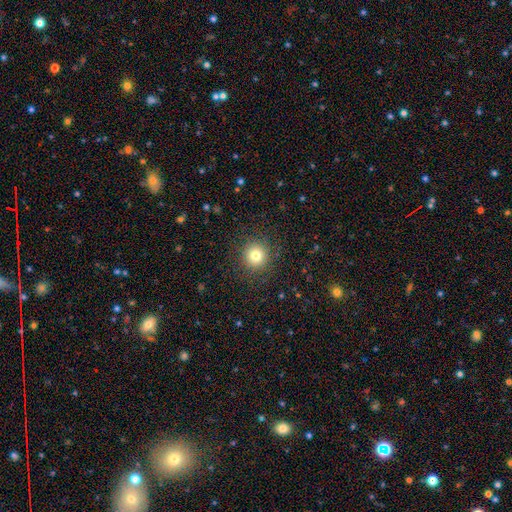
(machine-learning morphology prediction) smooth 79%, star or artifact 14%, featured or disk 8%. Down the decision tree: how rounded — round (94%); merging — none (90%).